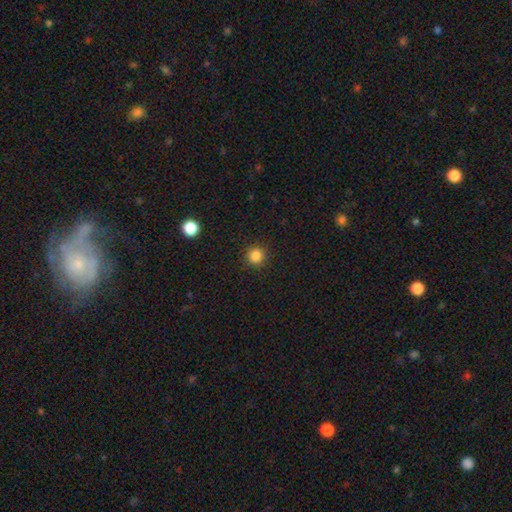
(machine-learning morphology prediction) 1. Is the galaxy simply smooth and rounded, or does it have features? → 84% smooth, 12% star or artifact, 3% featured or disk.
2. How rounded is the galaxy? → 93% round, 6% in between, 1% cigar-shaped.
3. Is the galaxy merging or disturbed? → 90% none, 6% minor disturbance, 2% major disturbance, 1% merger.